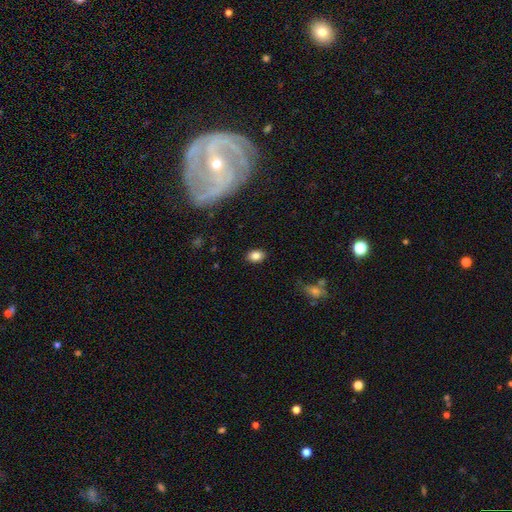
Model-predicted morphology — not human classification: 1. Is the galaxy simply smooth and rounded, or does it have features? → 83% smooth, 10% star or artifact, 7% featured or disk.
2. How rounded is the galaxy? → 73% in between, 26% round, 1% cigar-shaped.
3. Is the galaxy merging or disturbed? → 87% none, 9% minor disturbance, 3% major disturbance, 1% merger.